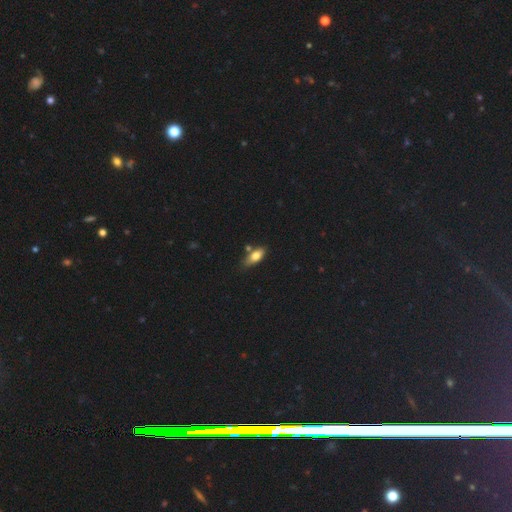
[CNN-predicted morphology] This is likely a smooth galaxy (77%). How rounded: clearly in between (81%). Merging: likely none (62%).